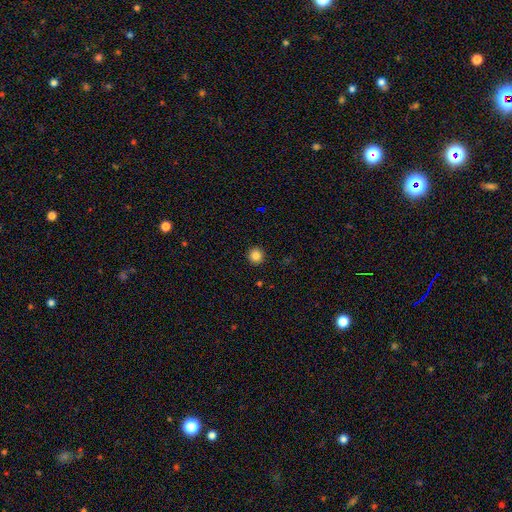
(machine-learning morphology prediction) smooth 84%, star or artifact 11%, featured or disk 5%. Down the decision tree: how rounded — round (96%); merging — none (93%).